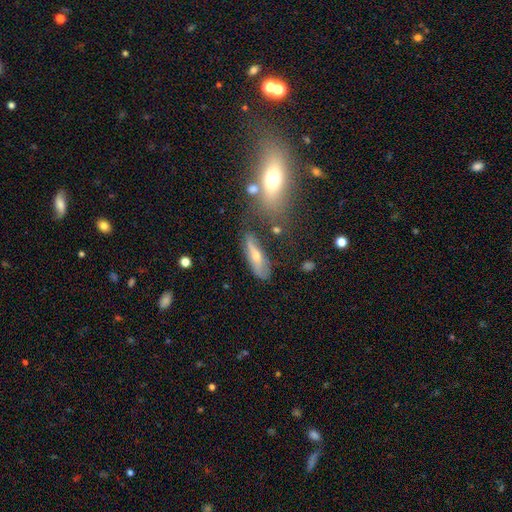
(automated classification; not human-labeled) featured or disk 48%, smooth 42%, star or artifact 9%. Down the decision tree: merging — none (57%).